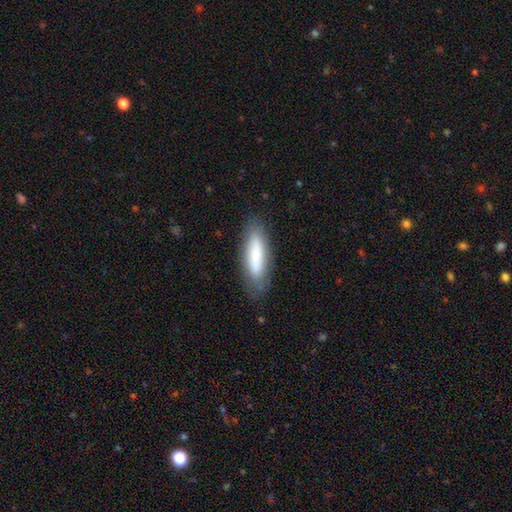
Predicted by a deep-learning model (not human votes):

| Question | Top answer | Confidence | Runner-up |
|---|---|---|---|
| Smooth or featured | smooth | 74% | featured or disk (20%) |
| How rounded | cigar-shaped | 55% | in between (44%) |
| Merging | none | 80% | minor disturbance (14%) |